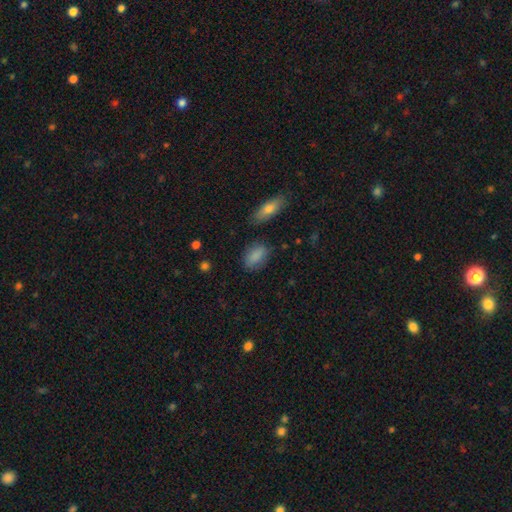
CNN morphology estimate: The model was most divided on "merging": none: 75%, minor disturbance: 18%, major disturbance: 5%, merger: 3%. More confident: how rounded — in between (86%); smooth or featured — smooth (85%).